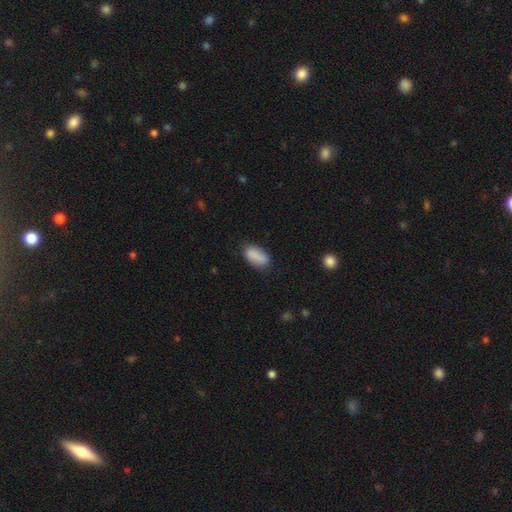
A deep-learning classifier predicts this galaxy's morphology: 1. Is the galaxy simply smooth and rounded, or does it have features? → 87% smooth, 8% star or artifact, 6% featured or disk.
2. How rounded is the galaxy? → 90% in between, 7% cigar-shaped, 4% round.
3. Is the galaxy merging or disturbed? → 74% none, 19% minor disturbance, 4% major disturbance, 2% merger.